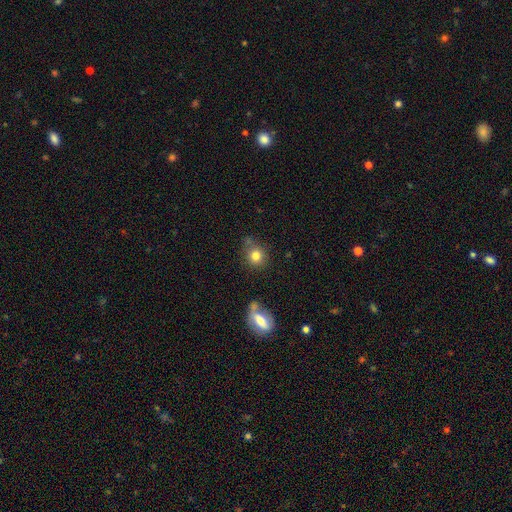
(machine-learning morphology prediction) smooth-or-featured: smooth: 80% | star or artifact: 11% | featured or disk: 9%
  how-rounded: round: 83% | in between: 16% | cigar-shaped: 1%
  merging: none: 69% | minor disturbance: 15% | merger: 12% | major disturbance: 5%